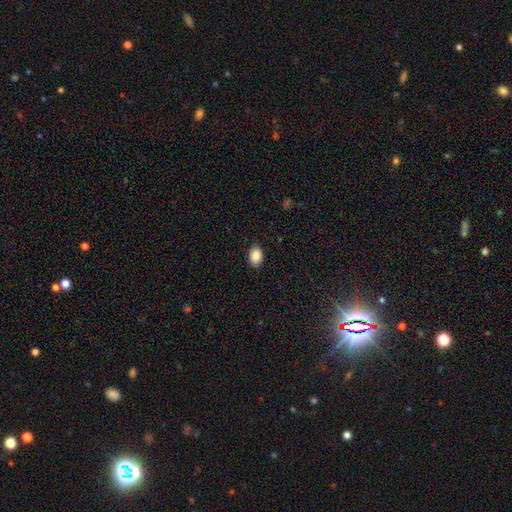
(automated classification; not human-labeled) Morphology: type=smooth (89%); roundness=in between (78%); merging=none (87%).